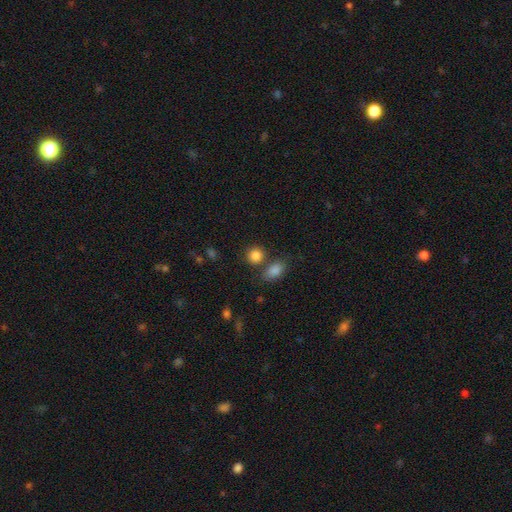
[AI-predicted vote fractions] Smooth or featured?
  - smooth: 85% *
  - star or artifact: 10%
  - featured or disk: 5%
How rounded?
  - round: 80% *
  - in between: 19%
  - cigar-shaped: 1%
Merging?
  - none: 69% *
  - merger: 17%
  - minor disturbance: 10%
  - major disturbance: 4%